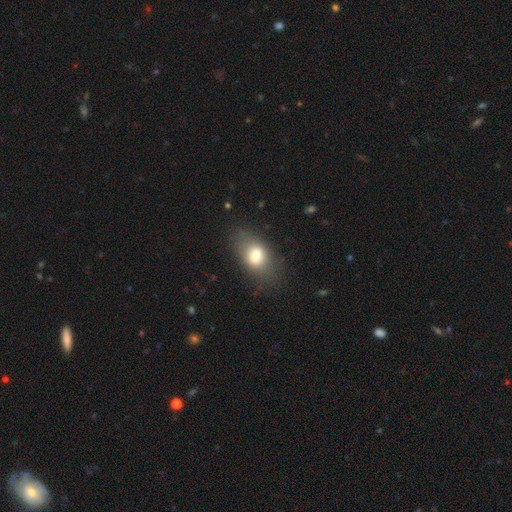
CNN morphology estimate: Smooth or featured? smooth (75%)
How rounded? in between (82%)
Merging? none (71%)